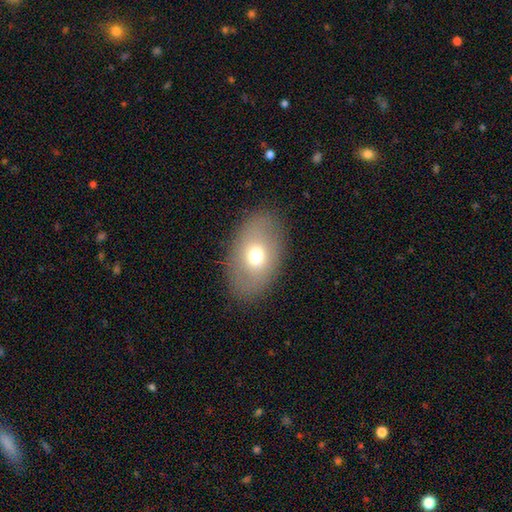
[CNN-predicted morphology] Q: Smooth or featured?
A: smooth (66%); runner-up: featured or disk (24%)
Q: How rounded?
A: in between (85%); runner-up: round (14%)
Q: Merging?
A: none (85%); runner-up: minor disturbance (9%)